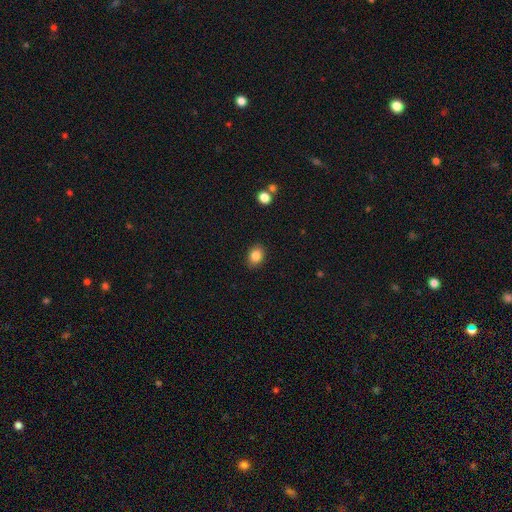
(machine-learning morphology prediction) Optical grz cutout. It shows a smooth galaxy with no disk features (85%) that is in between round and cigar-shaped (61%). Merging: none (88%).